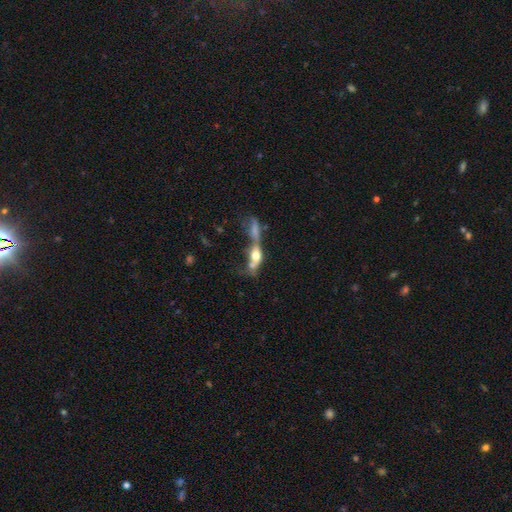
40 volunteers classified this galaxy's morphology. smooth_or_featured: smooth (p=0.47) [alt: featured or disk p=0.45]
how_rounded: in between (p=0.68) [alt: round p=0.16]
merging: merger (p=0.57) [alt: major disturbance p=0.22]